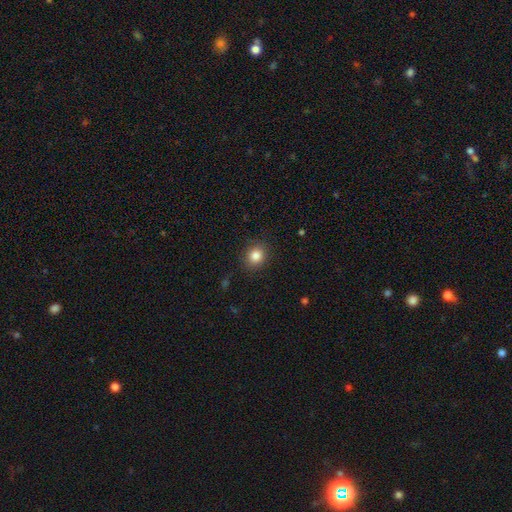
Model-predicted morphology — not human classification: smooth_or_featured: smooth (p=0.85) [alt: star or artifact p=0.10]
how_rounded: round (p=0.71) [alt: in between p=0.28]
merging: none (p=0.88) [alt: minor disturbance p=0.08]